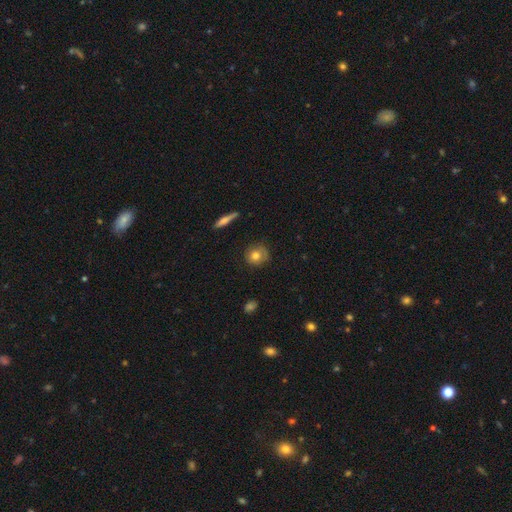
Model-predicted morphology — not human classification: Smooth or featured? Predicted: smooth (p=0.73). How rounded? Predicted: round (p=0.88). Merging? Predicted: none (p=0.77).